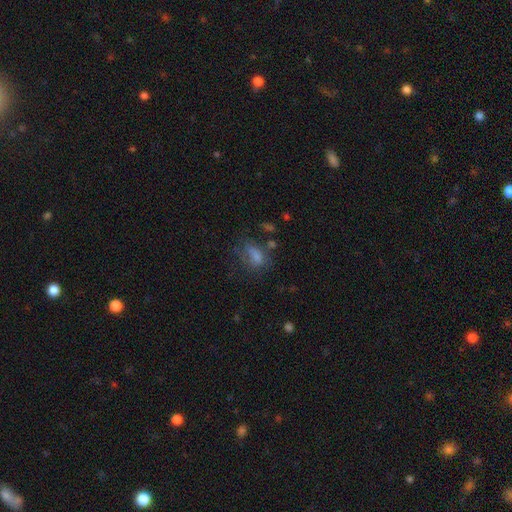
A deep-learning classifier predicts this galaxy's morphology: Q: Smooth or featured?
A: smooth (55%); runner-up: featured or disk (24%)
Q: How rounded?
A: in between (73%); runner-up: round (20%)
Q: Merging?
A: none (47%); runner-up: major disturbance (24%)